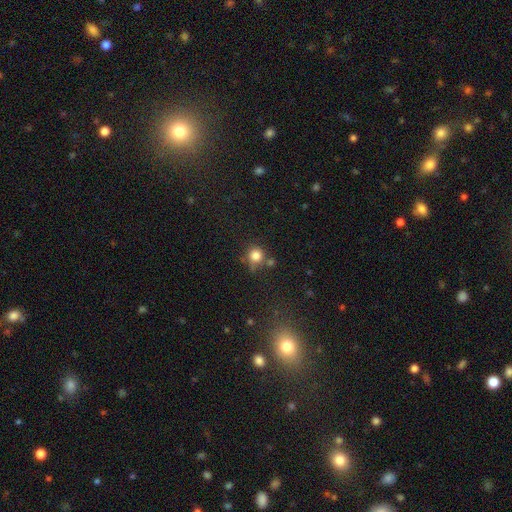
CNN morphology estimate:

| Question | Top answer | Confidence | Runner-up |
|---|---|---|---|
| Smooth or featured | smooth | 81% | star or artifact (13%) |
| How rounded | round | 90% | in between (9%) |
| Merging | none | 64% | minor disturbance (17%) |